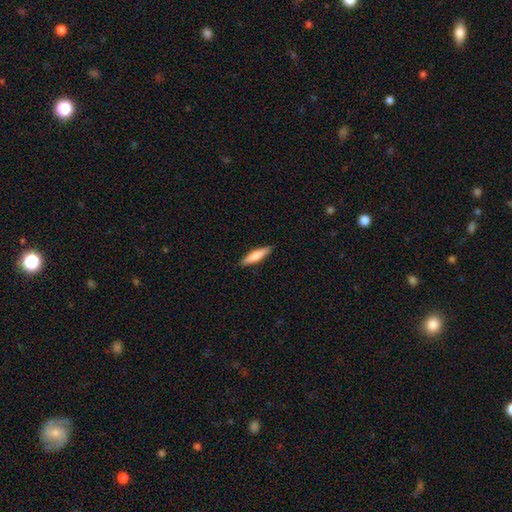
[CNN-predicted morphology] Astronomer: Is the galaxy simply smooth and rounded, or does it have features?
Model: smooth — 72%.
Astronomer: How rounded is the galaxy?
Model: cigar-shaped — 79%.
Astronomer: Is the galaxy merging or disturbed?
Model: none — 90%.